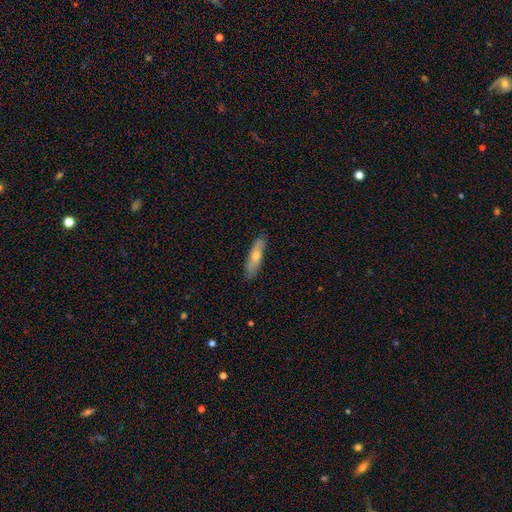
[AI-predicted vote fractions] The model was most divided on "smooth or featured": smooth: 60%, featured or disk: 34%, star or artifact: 6%. More confident: merging — none (85%); how rounded — cigar-shaped (69%).